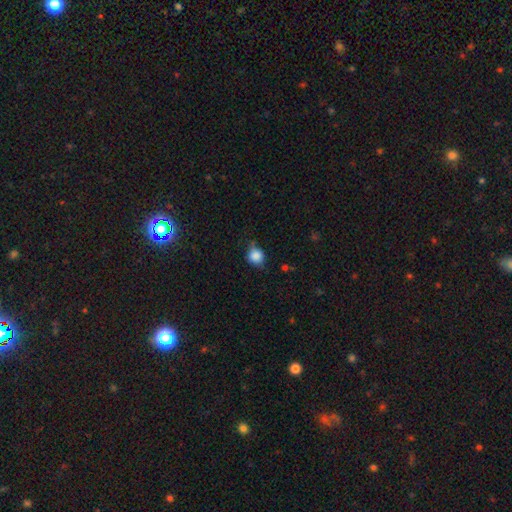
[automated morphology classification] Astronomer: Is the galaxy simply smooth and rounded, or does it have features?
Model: smooth — 84%.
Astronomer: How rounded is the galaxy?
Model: round — 77%.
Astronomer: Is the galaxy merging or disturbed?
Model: none — 61%.